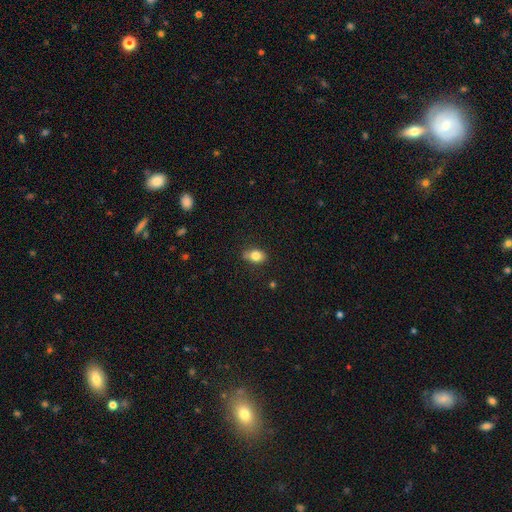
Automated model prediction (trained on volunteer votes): smooth_or_featured: smooth (p=0.81) [alt: featured or disk p=0.11]
how_rounded: in between (p=0.79) [alt: round p=0.18]
merging: none (p=0.77) [alt: minor disturbance p=0.19]